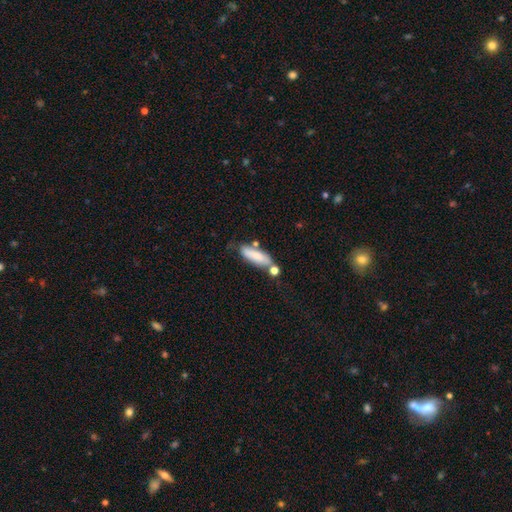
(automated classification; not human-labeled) The model was most divided on "how rounded": in between: 52%, cigar-shaped: 45%, round: 2%. More confident: smooth or featured — smooth (76%); merging — none (53%).